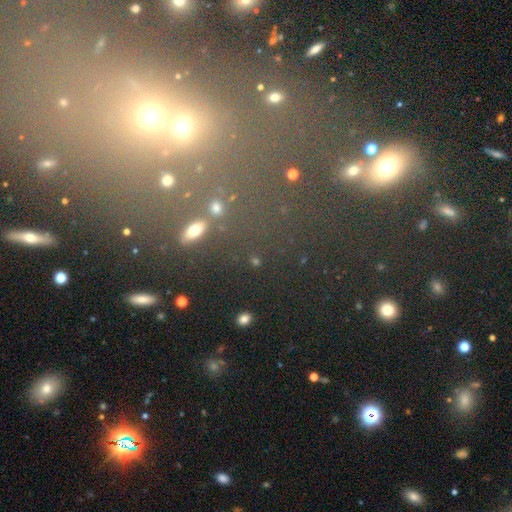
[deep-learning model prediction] This is possibly a star or artifact rather than a galaxy (48%).